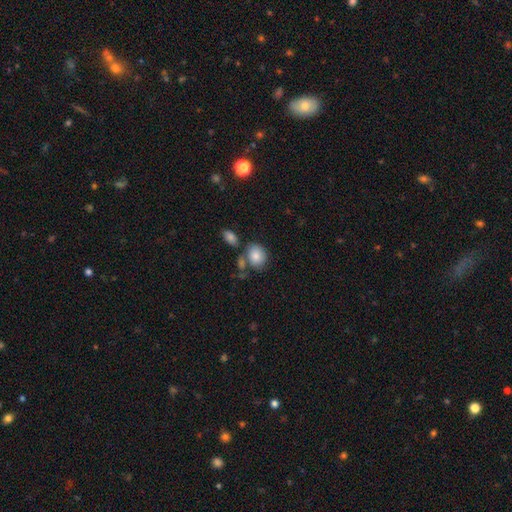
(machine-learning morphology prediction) A smooth galaxy with no disk features (82%) that is round (50%).

Vote fractions:
- Smooth or featured? smooth: 82% / featured or disk: 10% / star or artifact: 8%
- How rounded? round: 50% / in between: 49% / cigar-shaped: 1%
- Merging? none: 57% / merger: 22% / minor disturbance: 15% / major disturbance: 5%